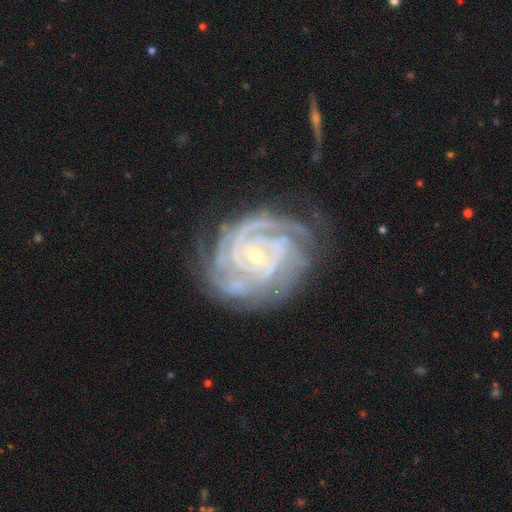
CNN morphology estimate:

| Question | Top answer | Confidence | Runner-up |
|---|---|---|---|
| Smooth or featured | featured or disk | 91% | star or artifact (5%) |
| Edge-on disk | no | 97% | yes (3%) |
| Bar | weak | 40% | no (39%) |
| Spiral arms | yes | 98% | no (2%) |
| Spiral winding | tight | 79% | medium (18%) |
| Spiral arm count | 3 | 24% | tied: 4 (24%) |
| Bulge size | small | 63% | moderate (33%) |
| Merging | none | 68% | minor disturbance (20%) |